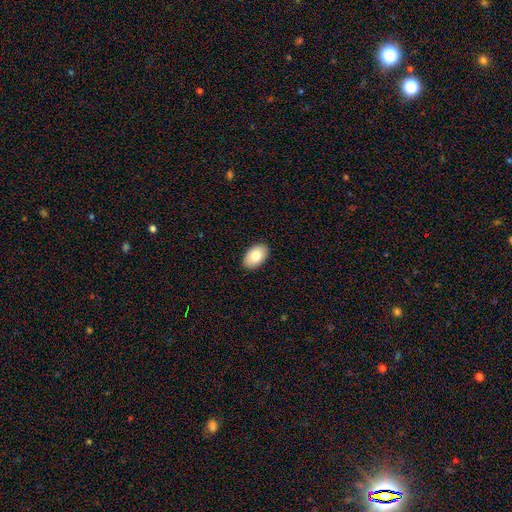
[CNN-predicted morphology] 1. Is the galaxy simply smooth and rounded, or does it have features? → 82% smooth, 11% featured or disk, 7% star or artifact.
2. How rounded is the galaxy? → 92% in between, 7% round, 1% cigar-shaped.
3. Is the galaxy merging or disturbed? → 90% none, 7% minor disturbance, 2% major disturbance, 1% merger.